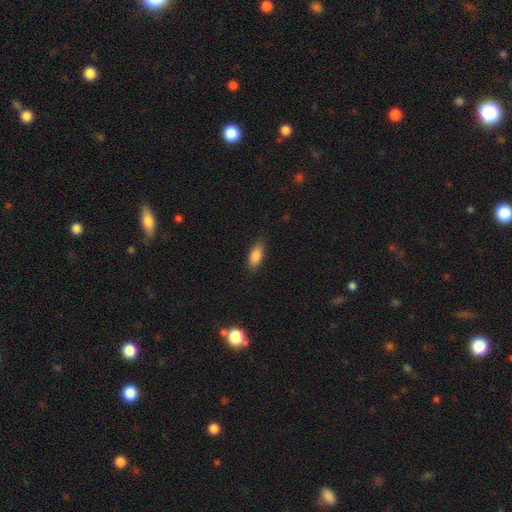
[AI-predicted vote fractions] The model was most divided on "how rounded": in between: 82%, cigar-shaped: 16%, round: 3%. More confident: smooth or featured — smooth (85%); merging — none (82%).